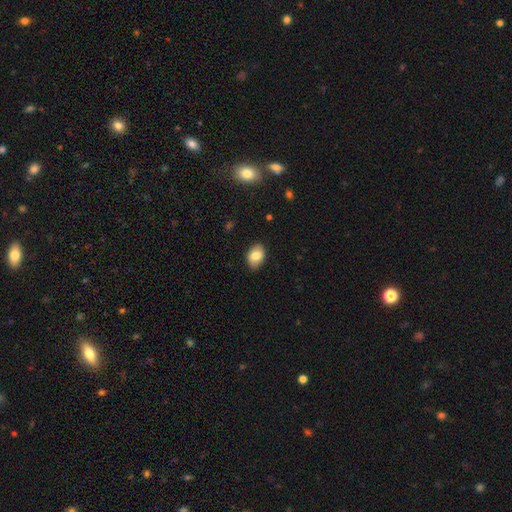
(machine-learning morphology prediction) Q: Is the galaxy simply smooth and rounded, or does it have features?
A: smooth — 80%.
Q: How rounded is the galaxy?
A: in between — 85%.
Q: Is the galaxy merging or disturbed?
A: none — 86%.